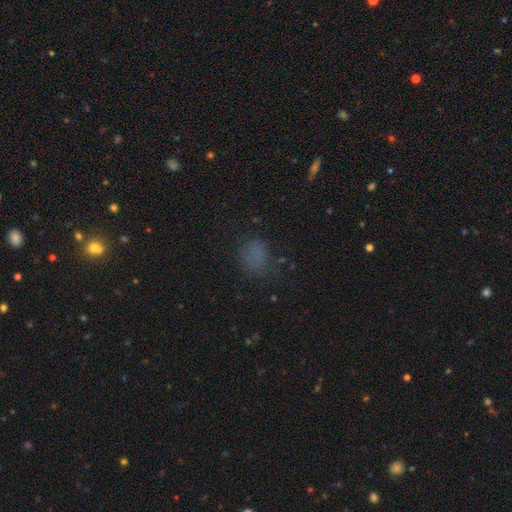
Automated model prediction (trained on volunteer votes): Smooth or featured: smooth — 70% (star or artifact — 21%)
How rounded: in between — 61% (round — 37%)
Merging: none — 66% (minor disturbance — 20%)